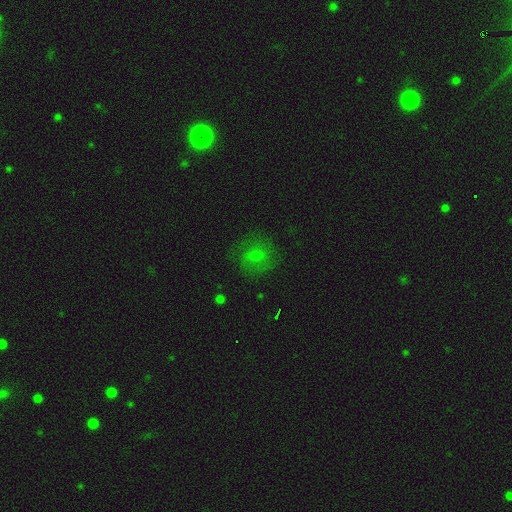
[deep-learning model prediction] This appears to be a smooth galaxy with no disk features (46%). Merging: none (77%).